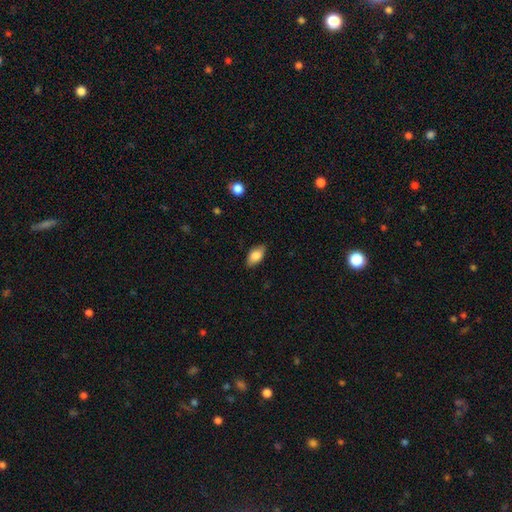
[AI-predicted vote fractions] Smooth or featured? Predicted: smooth (p=0.81). How rounded? Predicted: in between (p=0.91). Merging? Predicted: none (p=0.85).